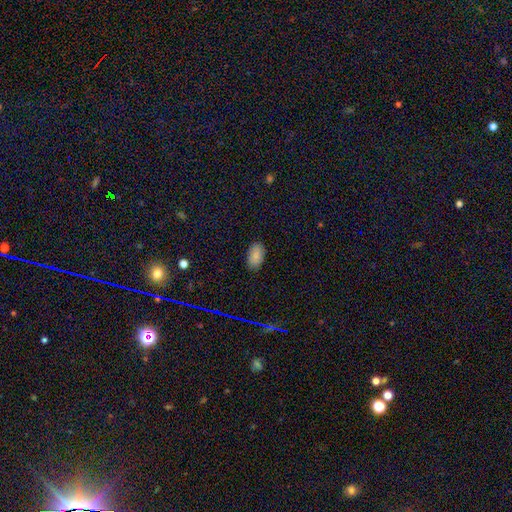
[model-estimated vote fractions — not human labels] The model was most divided on "smooth or featured": smooth: 81%, star or artifact: 10%, featured or disk: 9%. More confident: how rounded — in between (94%); merging — none (85%).